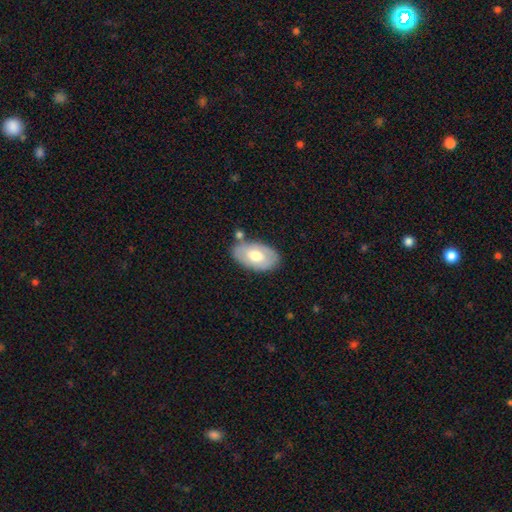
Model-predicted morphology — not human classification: Smooth or featured? smooth (60%)
How rounded? in between (94%)
Merging? none (71%)